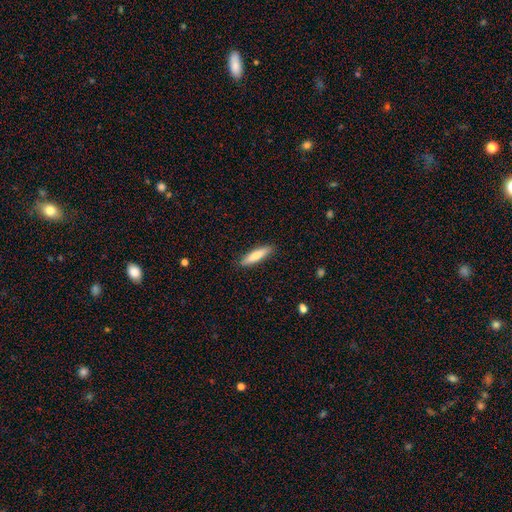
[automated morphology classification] Smooth or featured?
  - smooth: 78% *
  - featured or disk: 17%
  - star or artifact: 6%
How rounded?
  - cigar-shaped: 79% *
  - in between: 19%
  - round: 1%
Merging?
  - none: 88% *
  - minor disturbance: 9%
  - major disturbance: 2%
  - merger: 1%